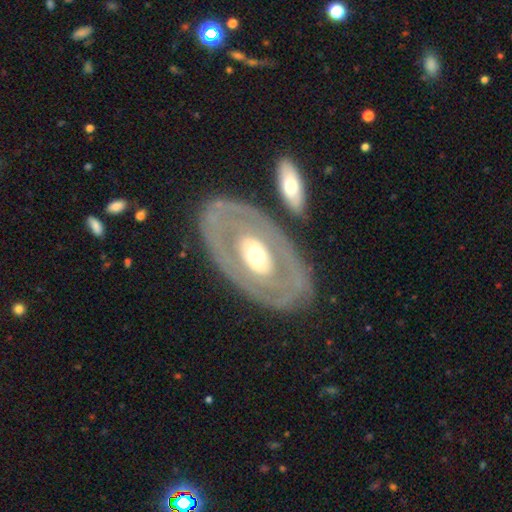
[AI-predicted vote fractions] The model was most divided on "spiral arms": no: 72%, yes: 28%. More confident: edge-on disk — no (91%); bar — no (80%); merging — none (77%); smooth or featured — featured or disk (73%); bulge size — moderate (71%).